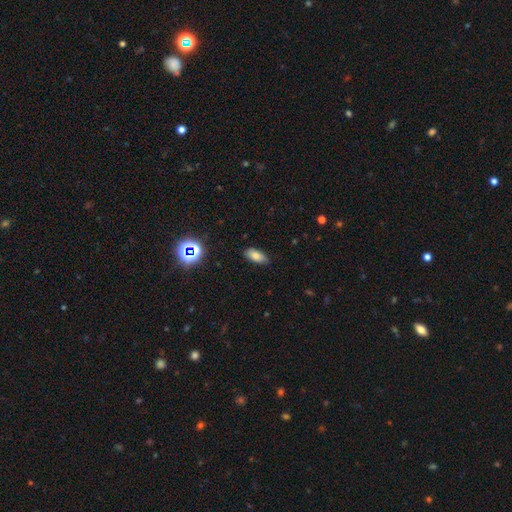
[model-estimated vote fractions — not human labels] This appears to be a smooth galaxy with no disk features (80%) that is in between round and cigar-shaped (87%). Merging: none (84%).